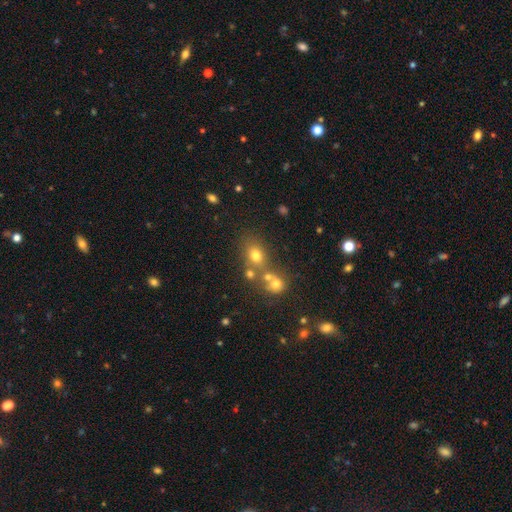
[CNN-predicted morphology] Smooth or featured? Predicted: smooth (p=0.68). How rounded? Predicted: round (p=0.50). Merging? Predicted: none (p=0.55).